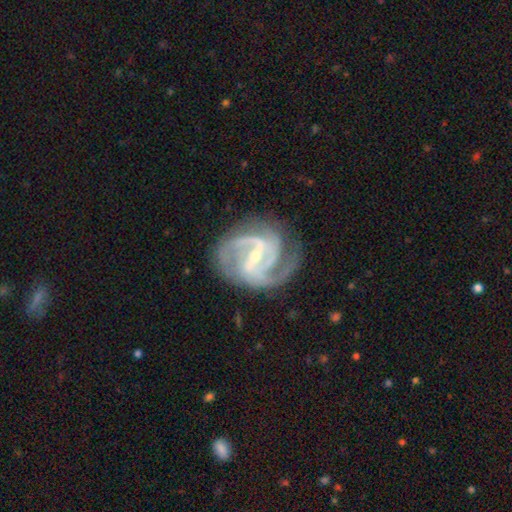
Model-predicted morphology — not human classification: Smooth or featured? featured or disk (92%)
Edge-on disk? no (98%)
Bar? strong (54%)
Spiral arms? yes (98%)
Spiral winding? medium (53%)
Spiral arm count? 3 (37%, tied with 2)
Bulge size? small (63%)
Merging? none (71%)